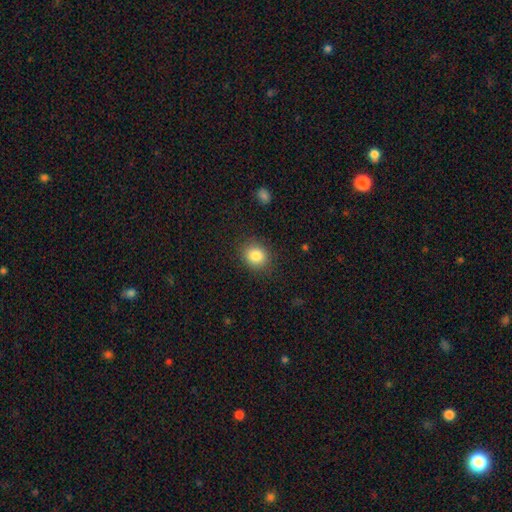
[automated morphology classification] Q: Smooth or featured?
A: smooth (85%); runner-up: star or artifact (10%)
Q: How rounded?
A: round (70%); runner-up: in between (29%)
Q: Merging?
A: none (86%); runner-up: minor disturbance (10%)